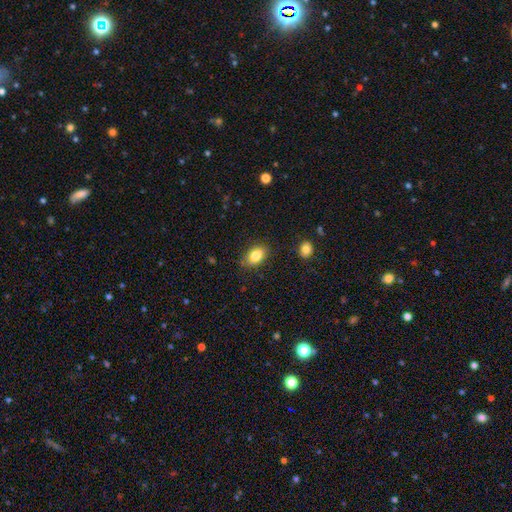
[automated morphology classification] This is clearly a smooth galaxy (85%). How rounded: clearly in between (87%). Merging: clearly none (84%).